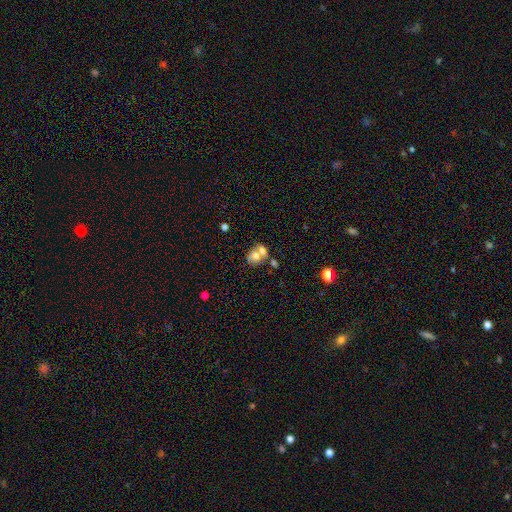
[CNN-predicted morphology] type=smooth (65%); roundness=in between (49%, tied with round); merging=merger (57%).